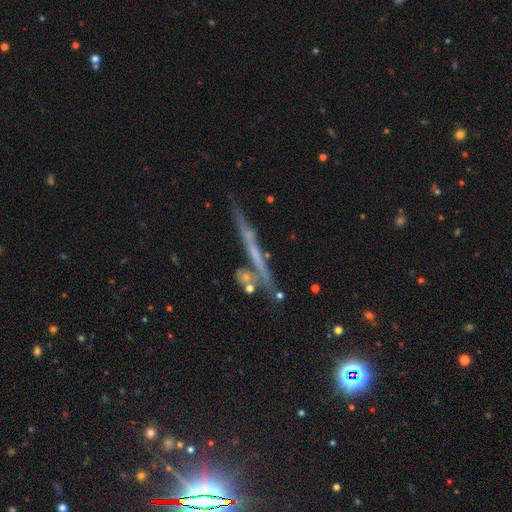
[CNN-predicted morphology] Overall: featured or disk (60%; smooth 28%). Edge-on disk: yes (91%). Edge-on bulge: none (81%). Merging: none (70%).